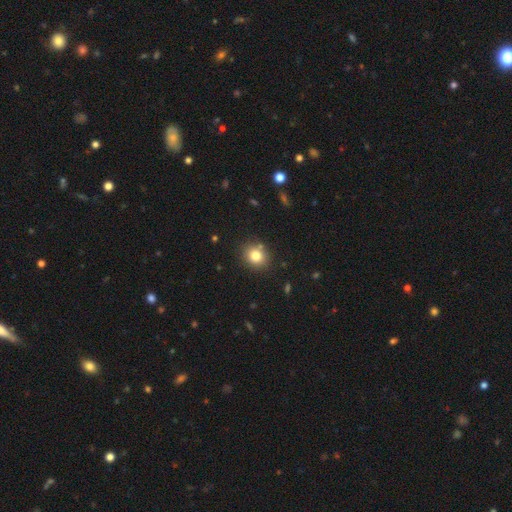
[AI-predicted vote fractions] Morphology: type=smooth (81%); roundness=round (74%); merging=none (84%).